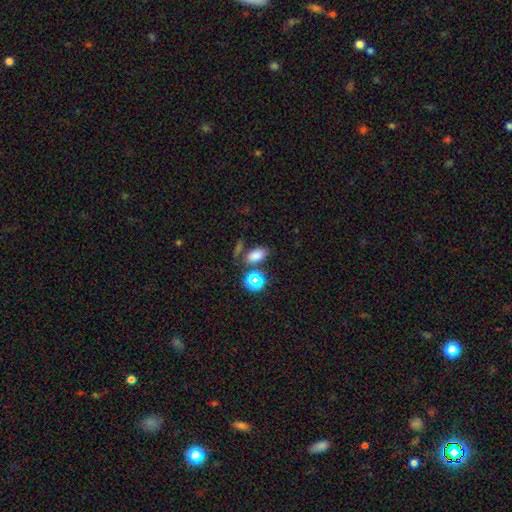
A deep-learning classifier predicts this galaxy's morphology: smooth 78%, star or artifact 16%, featured or disk 6%. Down the decision tree: how rounded — in between (87%); merging — none (68%).